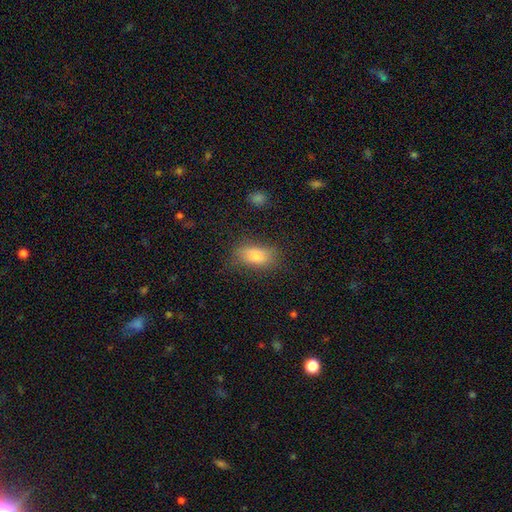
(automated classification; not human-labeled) Smooth or featured? smooth (79%)
How rounded? in between (87%)
Merging? none (70%)